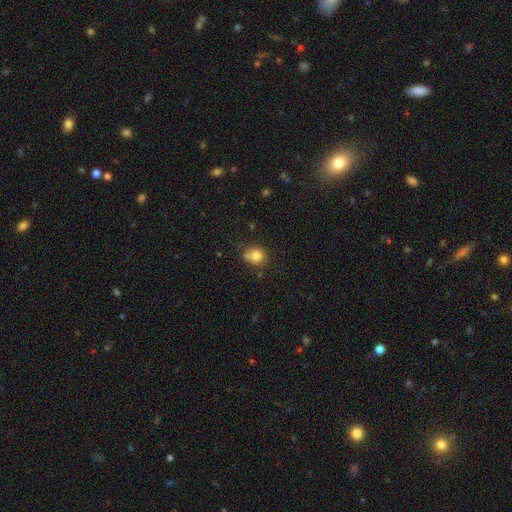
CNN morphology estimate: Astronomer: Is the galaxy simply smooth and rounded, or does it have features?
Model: smooth — 79%.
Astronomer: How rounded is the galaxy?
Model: round — 75%.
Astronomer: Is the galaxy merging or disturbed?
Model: none — 53%.